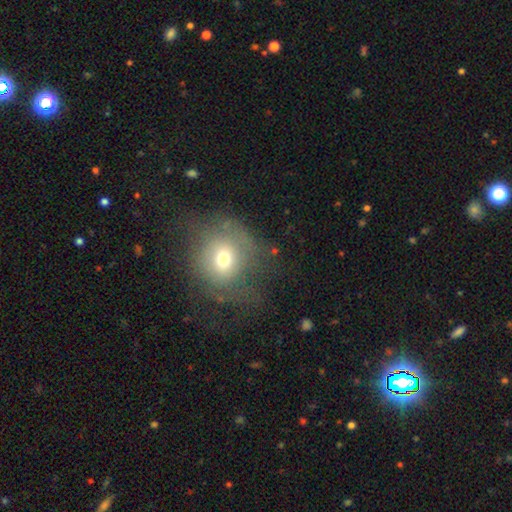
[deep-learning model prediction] Overall: smooth (56%; featured or disk 26%). How rounded: round (81%). Merging: none (57%; minor disturbance 22%).